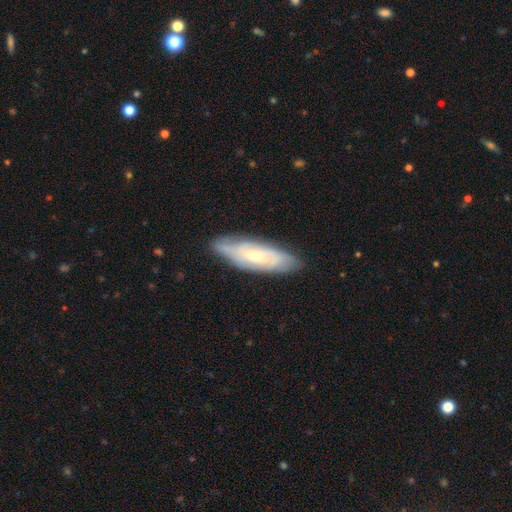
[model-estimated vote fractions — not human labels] Overall: featured or disk (64%; smooth 30%). Edge-on disk: no (76%). Merging: none (78%).